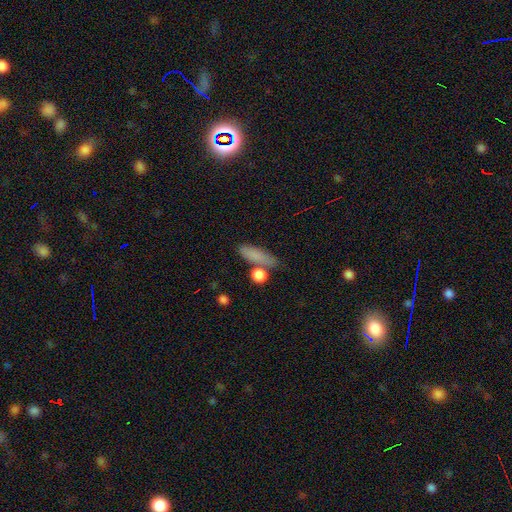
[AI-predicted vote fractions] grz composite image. It shows a smooth galaxy with no disk features (80%) that is cigar-shaped (48%). Merging: none (66%).